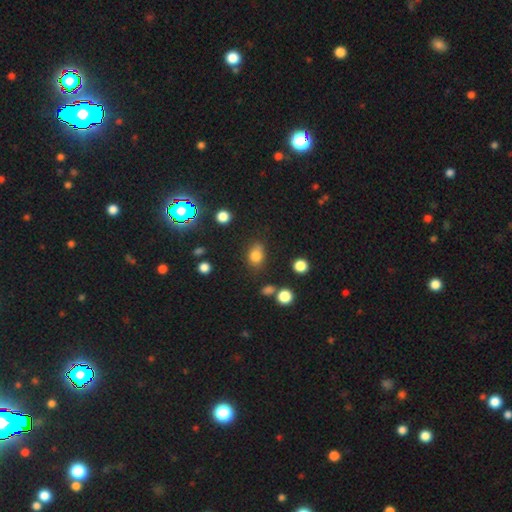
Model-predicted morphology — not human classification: Smooth or featured? smooth (79%)
How rounded? in between (55%)
Merging? none (70%)